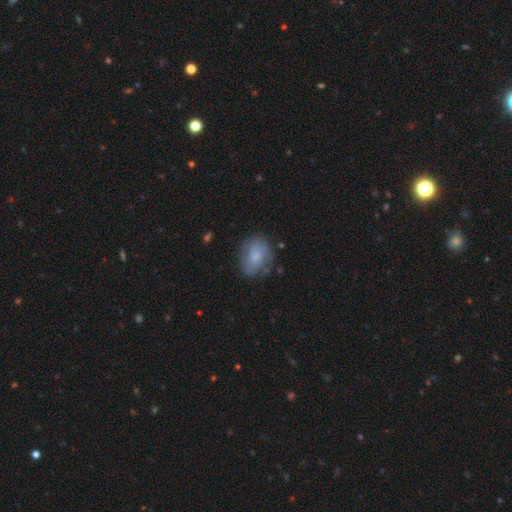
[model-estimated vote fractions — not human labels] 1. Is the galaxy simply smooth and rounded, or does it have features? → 53% smooth, 39% featured or disk, 8% star or artifact.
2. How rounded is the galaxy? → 64% in between, 35% round, 1% cigar-shaped.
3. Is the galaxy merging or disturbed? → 66% none, 23% minor disturbance, 9% major disturbance, 2% merger.